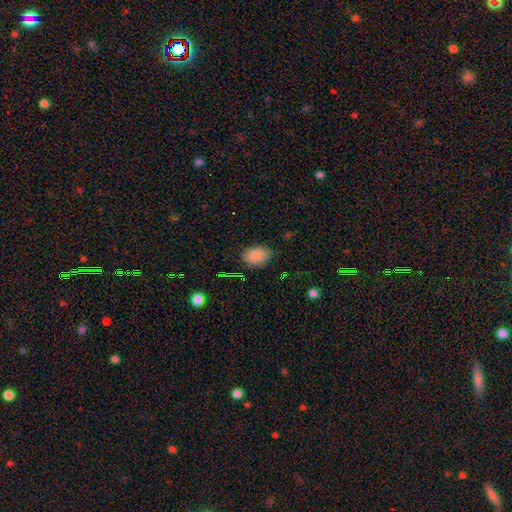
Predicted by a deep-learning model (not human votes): Smooth or featured? smooth (83%)
How rounded? in between (82%)
Merging? none (82%)